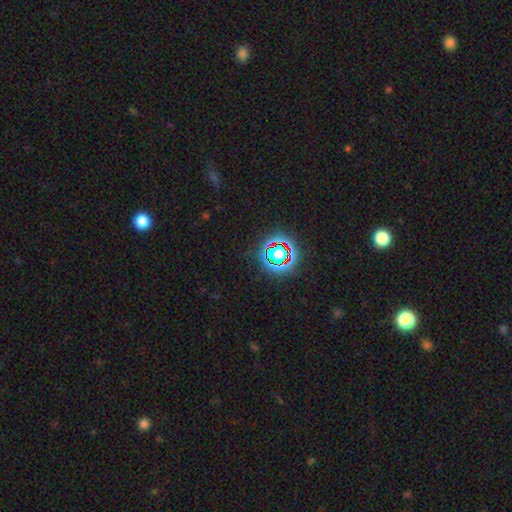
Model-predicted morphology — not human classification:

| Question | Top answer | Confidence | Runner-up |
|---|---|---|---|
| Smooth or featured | star or artifact | 77% | smooth (15%) |